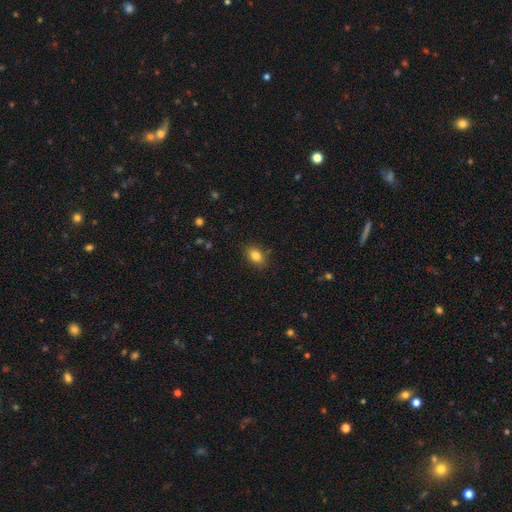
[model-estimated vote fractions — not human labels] The model was most divided on "how rounded": in between: 80%, round: 18%, cigar-shaped: 2%. More confident: merging — none (86%); smooth or featured — smooth (83%).